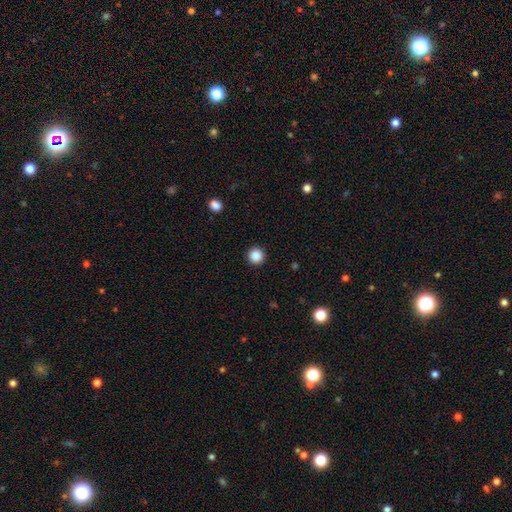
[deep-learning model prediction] Overall: smooth (88%). How rounded: round (96%). Merging: none (93%).